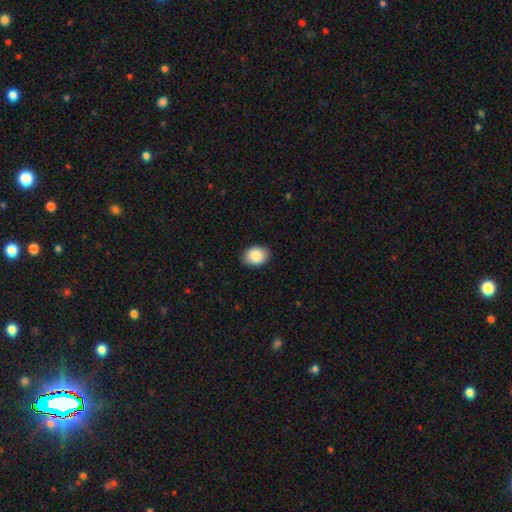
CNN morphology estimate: Smooth or featured? Predicted: smooth (p=0.87). How rounded? Predicted: in between (p=0.63). Merging? Predicted: none (p=0.88).